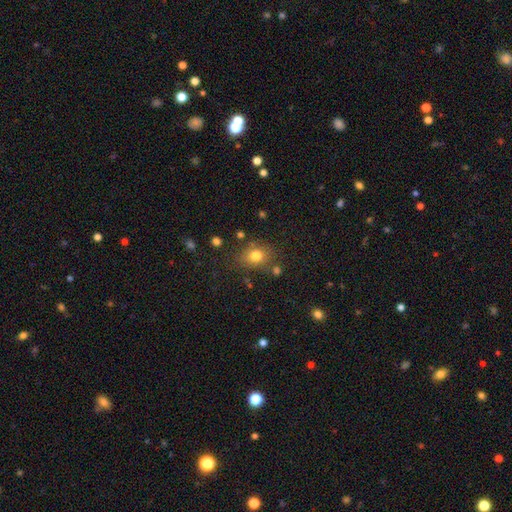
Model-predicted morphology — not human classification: smooth 78%, star or artifact 13%, featured or disk 9%. Down the decision tree: how rounded — in between (53%); merging — none (75%).